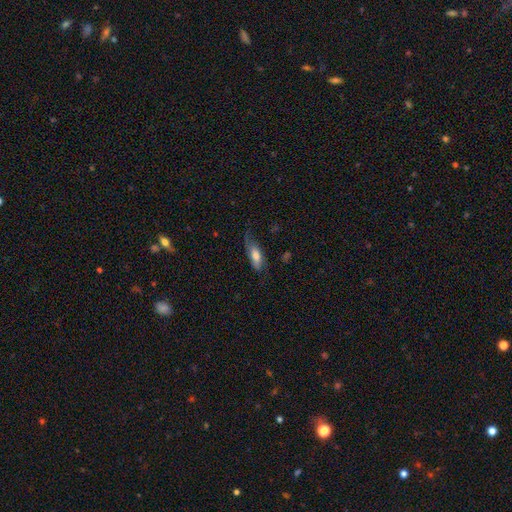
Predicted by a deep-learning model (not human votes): Smooth or featured?
  - smooth: 67% *
  - featured or disk: 26%
  - star or artifact: 7%
How rounded?
  - in between: 76% *
  - cigar-shaped: 21%
  - round: 3%
Merging?
  - none: 45% *
  - minor disturbance: 31%
  - major disturbance: 21%
  - merger: 2%